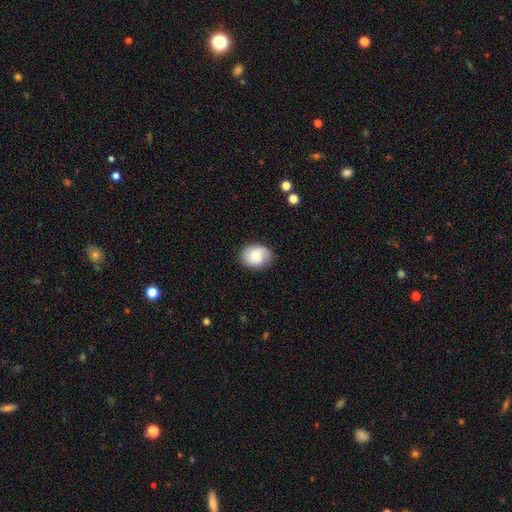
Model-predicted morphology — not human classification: Overall: smooth (69%). How rounded: round (55%; in between 44%). Merging: none (83%).